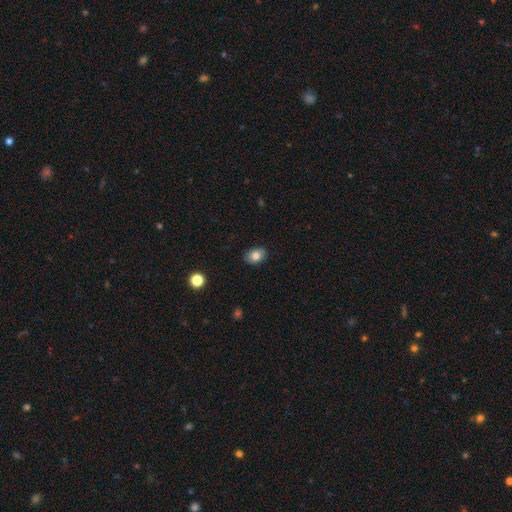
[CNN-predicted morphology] smooth 81%, featured or disk 10%, star or artifact 9%. Down the decision tree: how rounded — in between (81%); merging — none (85%).